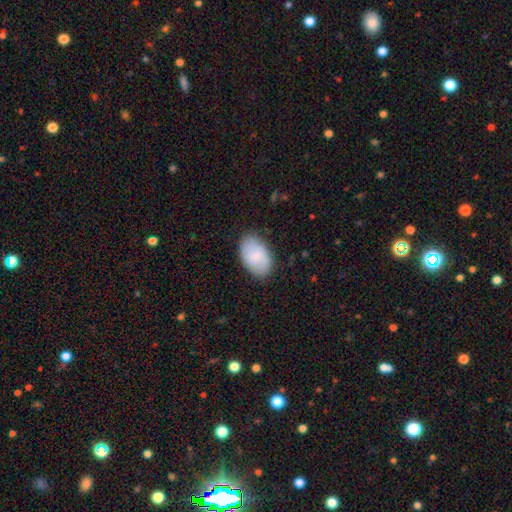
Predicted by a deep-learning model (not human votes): Smooth or featured: smooth — 71% (featured or disk — 22%)
How rounded: in between — 91% (round — 8%)
Merging: none — 82% (minor disturbance — 14%)